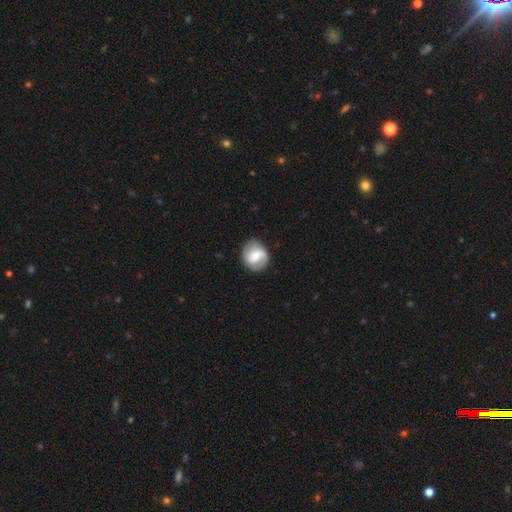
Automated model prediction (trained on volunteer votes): Smooth or featured? Predicted: featured or disk (p=0.53). Edge-on disk? Predicted: no (p=0.97). Bar? Predicted: weak (p=0.48). Spiral arms? Predicted: yes (p=0.79). Bulge size? Predicted: moderate (p=0.60). Merging? Predicted: none (p=0.81).